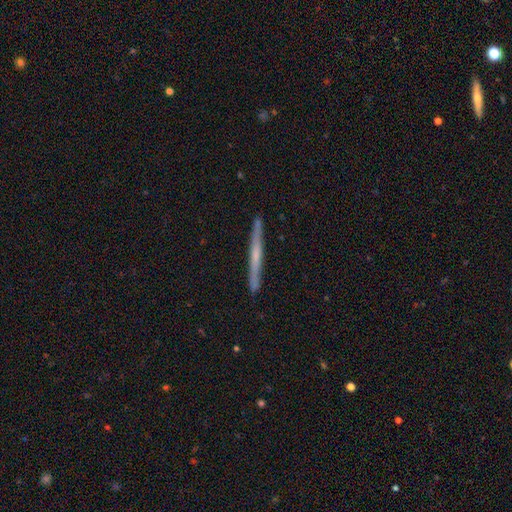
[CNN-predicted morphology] Q: Smooth or featured?
A: featured or disk (60%); runner-up: smooth (35%)
Q: Edge-on disk?
A: yes (97%); runner-up: no (3%)
Q: Edge-on bulge?
A: none (63%); runner-up: rounded (30%)
Q: Merging?
A: none (91%); runner-up: minor disturbance (6%)